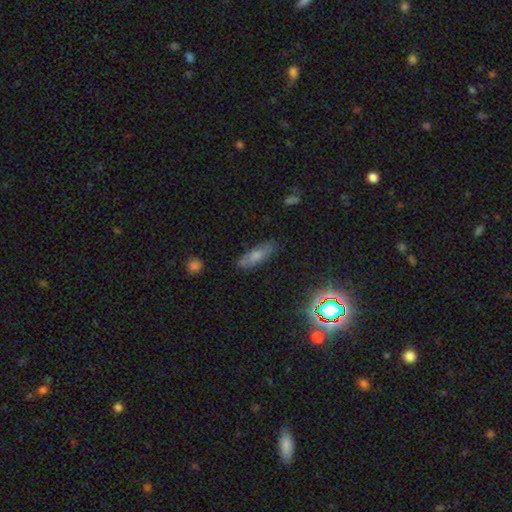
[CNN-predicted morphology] A smooth galaxy with no disk features (67%) that is in between round and cigar-shaped (55%).

Vote fractions:
- Smooth or featured? smooth: 67% / featured or disk: 21% / star or artifact: 12%
- How rounded? in between: 55% / cigar-shaped: 42% / round: 3%
- Merging? none: 79% / minor disturbance: 15% / major disturbance: 4% / merger: 2%